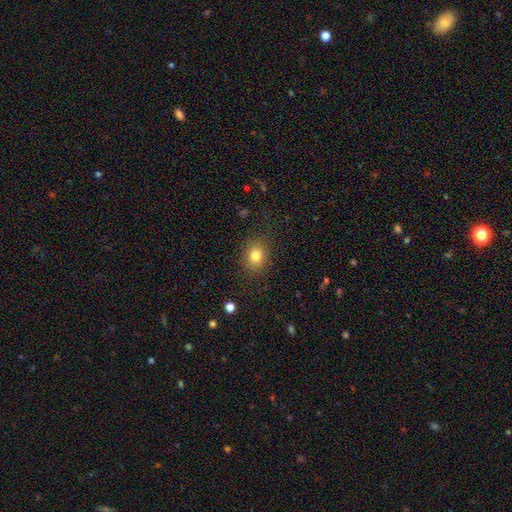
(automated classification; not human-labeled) Overall: smooth (81%). How rounded: round (58%; in between 41%). Merging: none (85%).